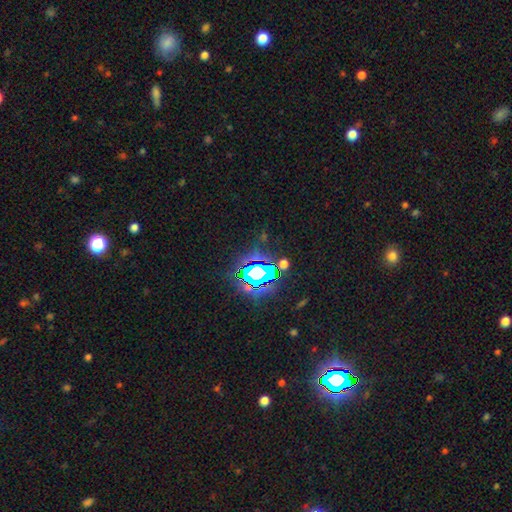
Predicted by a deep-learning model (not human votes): smooth_or_featured: star or artifact (p=0.81) [alt: smooth p=0.11]